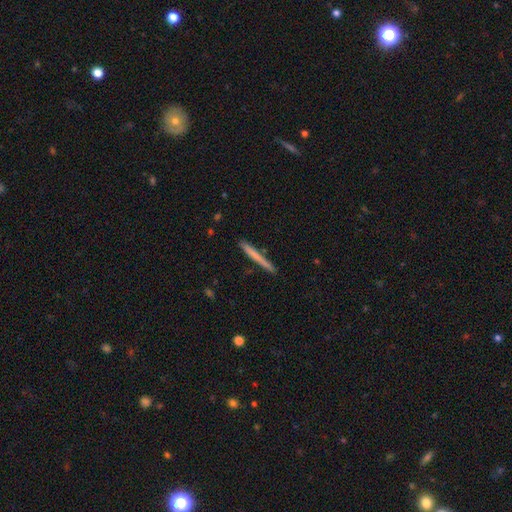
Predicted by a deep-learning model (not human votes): This appears to be a smooth galaxy with no disk features (65%) that is cigar-shaped (97%). Merging: none (88%).